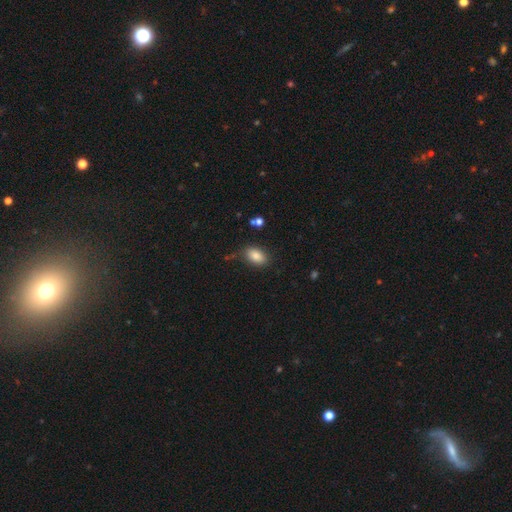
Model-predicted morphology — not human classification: smooth 85%, star or artifact 9%, featured or disk 7%. Down the decision tree: how rounded — in between (88%); merging — none (79%).